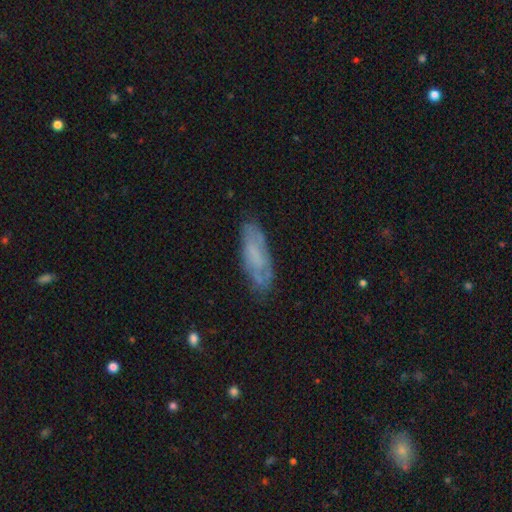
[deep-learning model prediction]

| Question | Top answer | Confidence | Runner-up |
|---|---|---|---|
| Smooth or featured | smooth | 50% | featured or disk (42%) |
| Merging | none | 73% | minor disturbance (19%) |